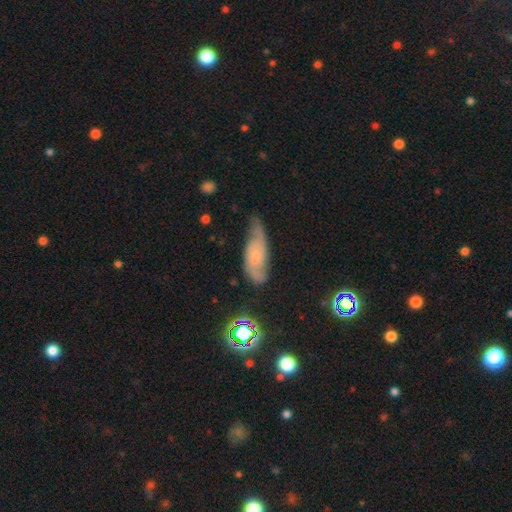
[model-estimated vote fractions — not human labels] A featured or disk galaxy (58%) with no bar (70%), spiral arms (86%) and a small central bulge (68%). Merging: none (46%).